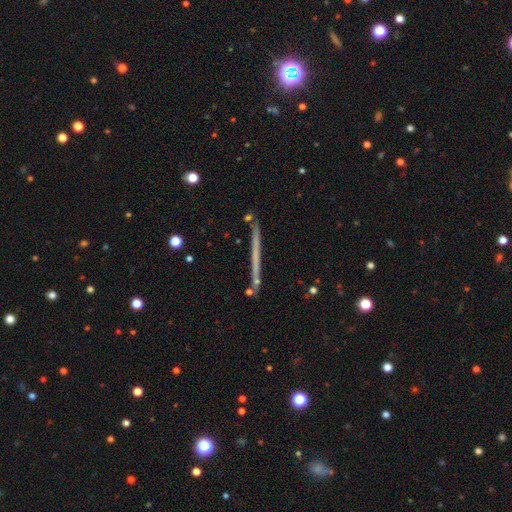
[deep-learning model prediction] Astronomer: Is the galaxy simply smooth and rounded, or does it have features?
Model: featured or disk — 55% (runner-up: smooth, 38%).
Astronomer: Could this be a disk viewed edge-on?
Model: yes — 97%.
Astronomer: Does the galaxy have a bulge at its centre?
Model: none — 89%.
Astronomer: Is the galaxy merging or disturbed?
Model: none — 88%.